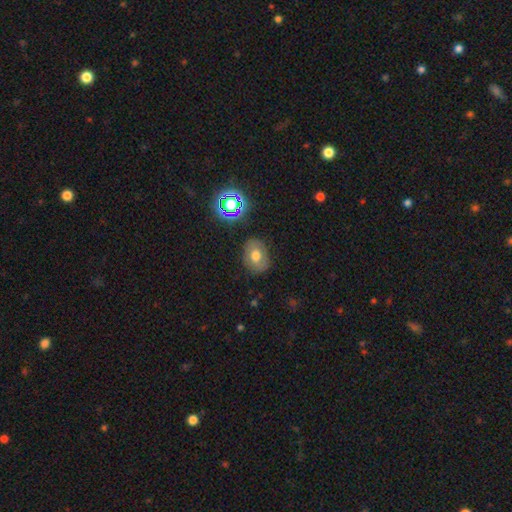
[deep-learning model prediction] smooth-or-featured: smooth: 60% | featured or disk: 26% | star or artifact: 14%
  how-rounded: in between: 63% | round: 36% | cigar-shaped: 1%
  merging: none: 81% | minor disturbance: 13% | major disturbance: 4% | merger: 2%